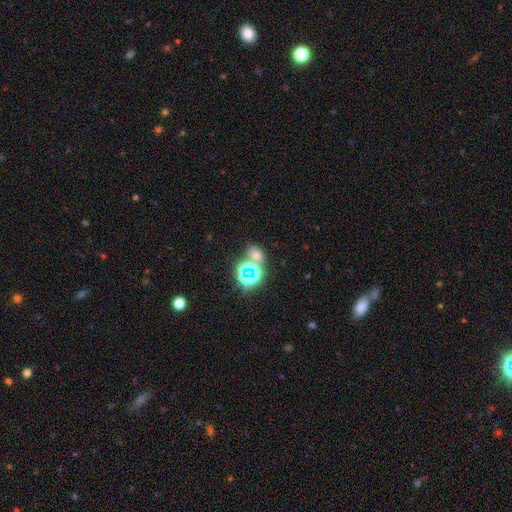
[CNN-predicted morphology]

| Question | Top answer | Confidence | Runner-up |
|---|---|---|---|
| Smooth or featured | smooth | 47% | star or artifact (43%) |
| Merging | none | 60% | merger (26%) |